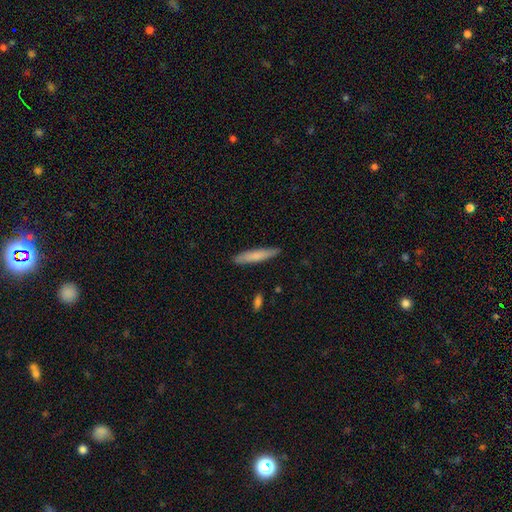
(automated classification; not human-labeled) smooth 75%, featured or disk 19%, star or artifact 6%. Down the decision tree: how rounded — cigar-shaped (90%); merging — none (87%).